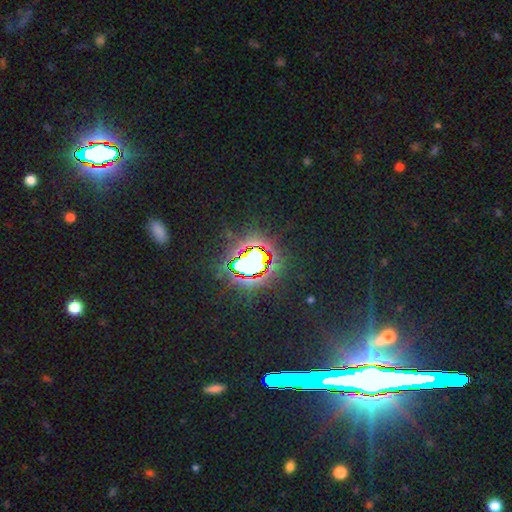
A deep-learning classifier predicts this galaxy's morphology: Smooth or featured?
  - star or artifact: 74% *
  - smooth: 15%
  - featured or disk: 11%